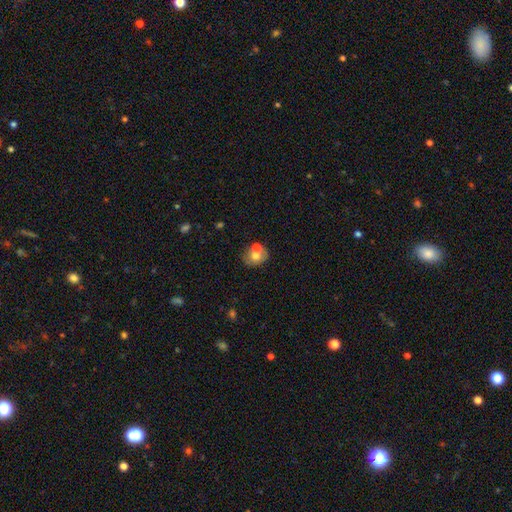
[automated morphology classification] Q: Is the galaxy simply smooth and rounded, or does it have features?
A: smooth — 62%.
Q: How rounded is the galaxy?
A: round — 56%.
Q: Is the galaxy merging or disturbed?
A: none — 46%.